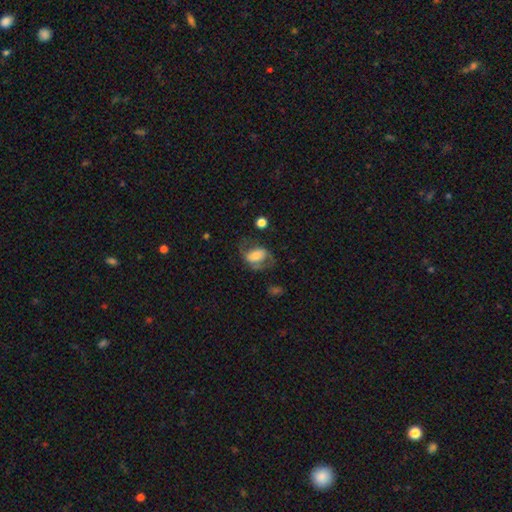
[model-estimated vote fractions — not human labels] This appears to be a featured or disk galaxy (48%). Merging: none (50%).